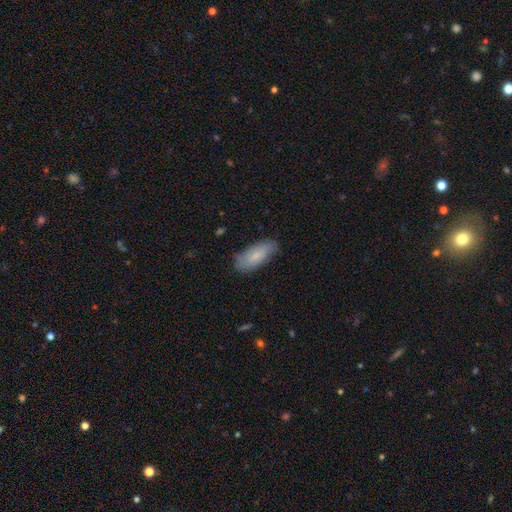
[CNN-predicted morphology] This appears to be a smooth galaxy with no disk features (75%) that is in between round and cigar-shaped (81%). Merging: none (76%).